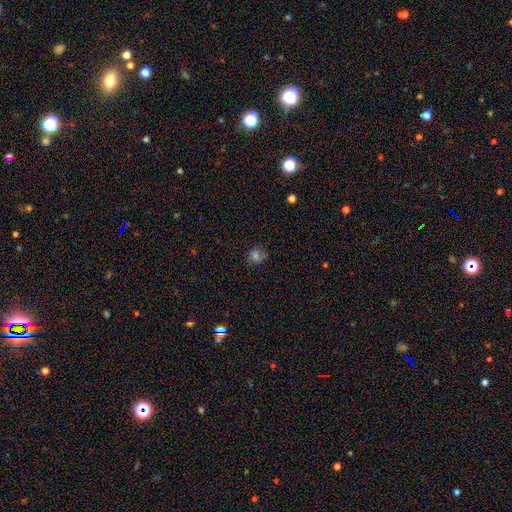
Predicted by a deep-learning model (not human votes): Smooth or featured? Predicted: smooth (p=0.69). How rounded? Predicted: round (p=0.72). Merging? Predicted: none (p=0.72).